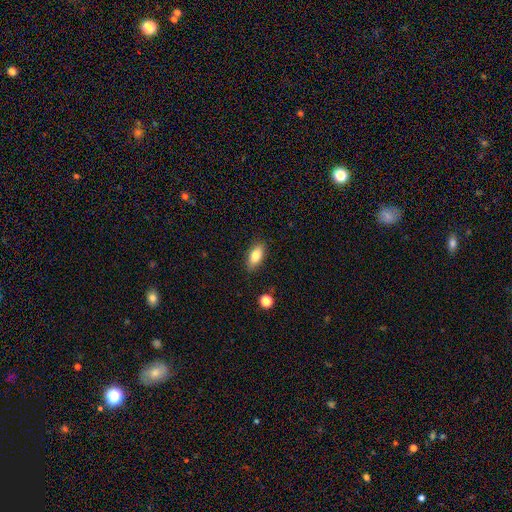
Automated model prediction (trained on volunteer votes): smooth 79%, featured or disk 14%, star or artifact 8%. Down the decision tree: how rounded — in between (82%); merging — none (86%).